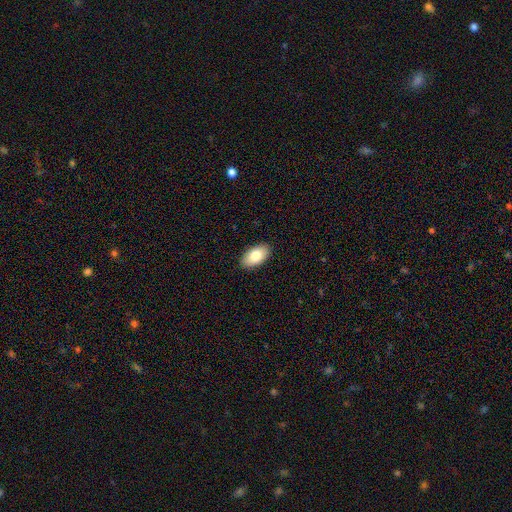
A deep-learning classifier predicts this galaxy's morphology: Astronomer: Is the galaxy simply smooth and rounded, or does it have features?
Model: smooth — 80%.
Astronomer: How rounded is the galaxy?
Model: in between — 94%.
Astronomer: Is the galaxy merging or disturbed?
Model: none — 89%.